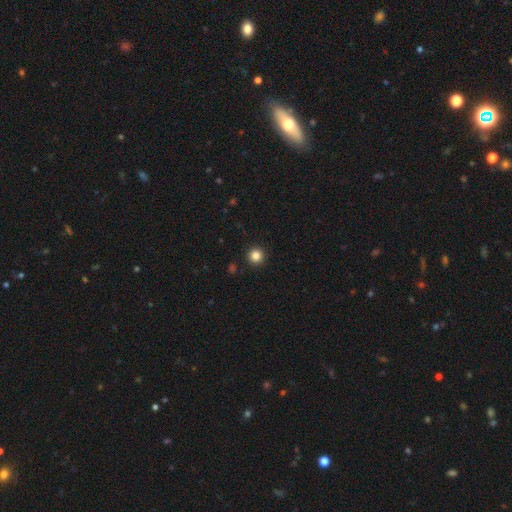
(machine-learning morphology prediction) type=smooth (84%); roundness=round (96%); merging=none (93%).